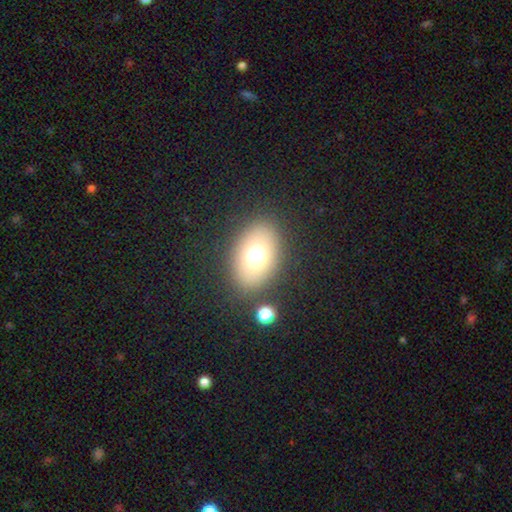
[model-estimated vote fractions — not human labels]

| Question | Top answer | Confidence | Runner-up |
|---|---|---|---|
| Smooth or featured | smooth | 66% | star or artifact (19%) |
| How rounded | in between | 65% | round (34%) |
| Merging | none | 81% | minor disturbance (9%) |